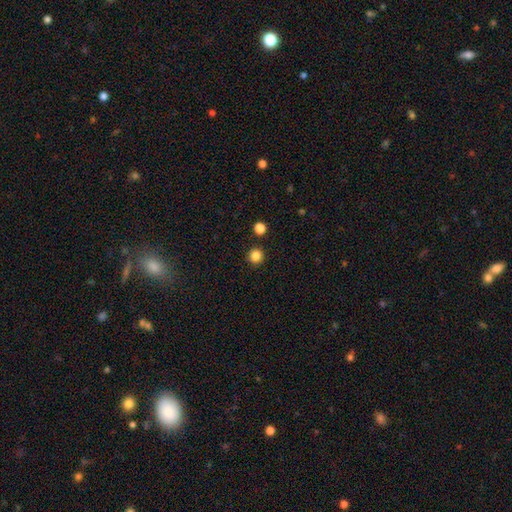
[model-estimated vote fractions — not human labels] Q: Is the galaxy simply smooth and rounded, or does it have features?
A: smooth — 85%.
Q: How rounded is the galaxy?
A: round — 95%.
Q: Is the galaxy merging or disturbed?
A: none — 91%.